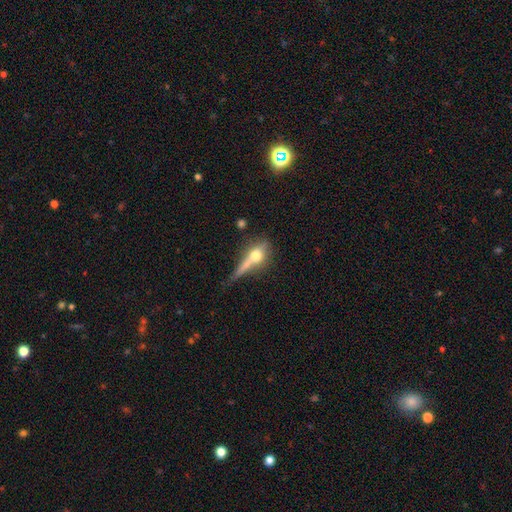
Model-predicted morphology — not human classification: This is possibly a smooth galaxy (50%). Merging: possibly none (46%).